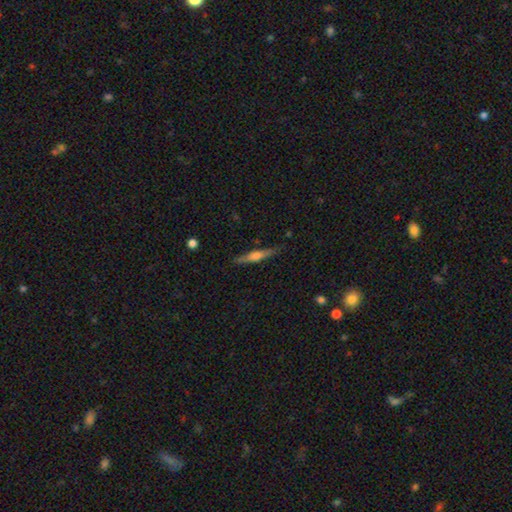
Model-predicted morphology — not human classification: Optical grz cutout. It shows a featured or disk galaxy (58%) viewed edge-on (97%) with a rounded central bulge (75%). Merging: none (87%).